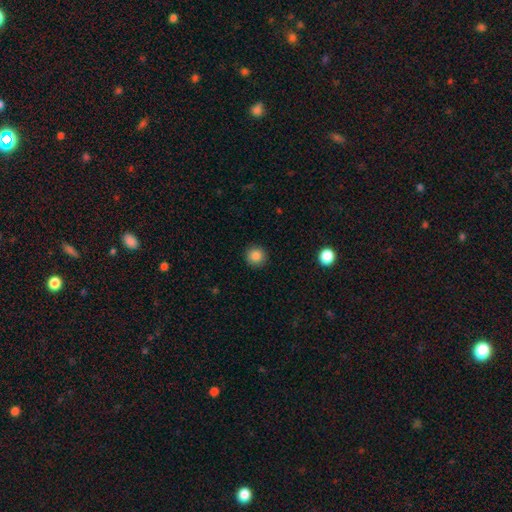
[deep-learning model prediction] smooth-or-featured: smooth: 86% | star or artifact: 10% | featured or disk: 4%
  how-rounded: round: 94% | in between: 5% | cigar-shaped: 1%
  merging: none: 91% | minor disturbance: 6% | major disturbance: 2% | merger: 1%